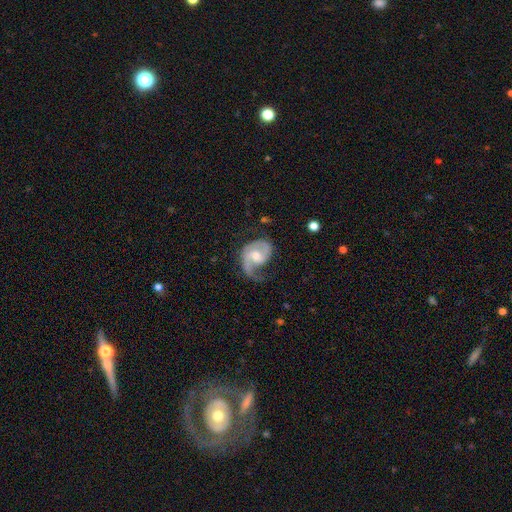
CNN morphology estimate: smooth_or_featured: featured or disk (p=0.82) [alt: smooth p=0.13]
disk_edge_on: no (p=0.98) [alt: yes p=0.02]
bar: no (p=0.51) [alt: weak p=0.41]
has_spiral_arms: yes (p=0.95) [alt: no p=0.05]
spiral_winding: medium (p=0.46) [alt: loose p=0.29]
spiral_arm_count: 2 (p=0.63) [alt: 1 p=0.29]
bulge_size: moderate (p=0.63) [alt: small p=0.24]
merging: none (p=0.43) [alt: major disturbance p=0.29]